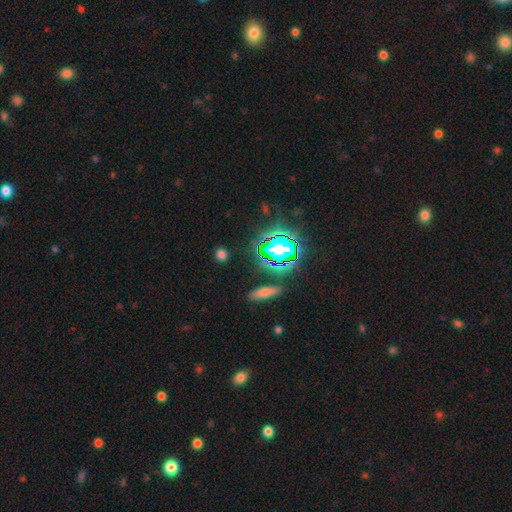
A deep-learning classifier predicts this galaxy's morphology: The model was most divided on "smooth or featured": star or artifact: 78%, smooth: 14%, featured or disk: 8%.